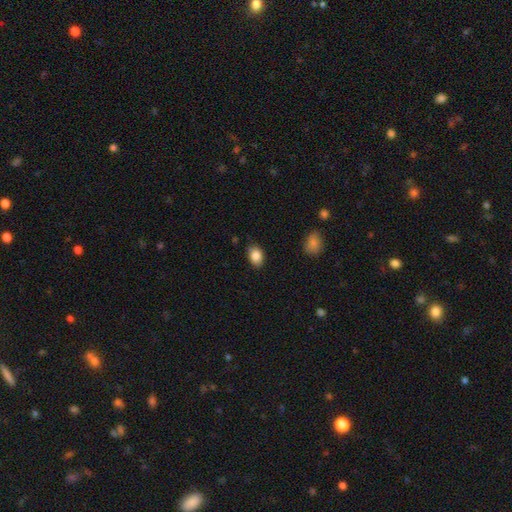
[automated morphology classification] smooth-or-featured: smooth: 87% | star or artifact: 8% | featured or disk: 5%
  how-rounded: in between: 80% | round: 18% | cigar-shaped: 1%
  merging: none: 83% | minor disturbance: 13% | major disturbance: 2% | merger: 1%